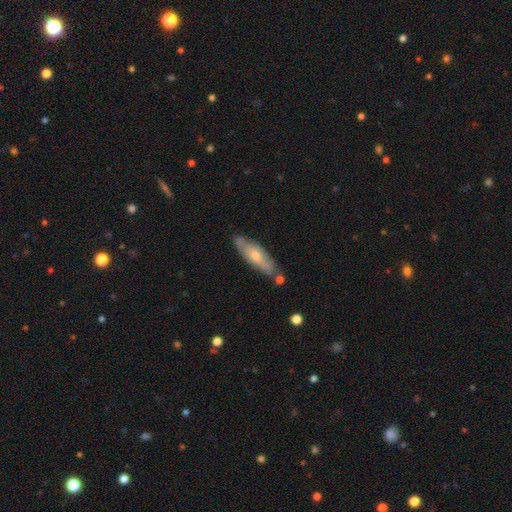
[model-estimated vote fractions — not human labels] Smooth or featured? smooth (51%)
How rounded? cigar-shaped (55%)
Merging? none (73%)